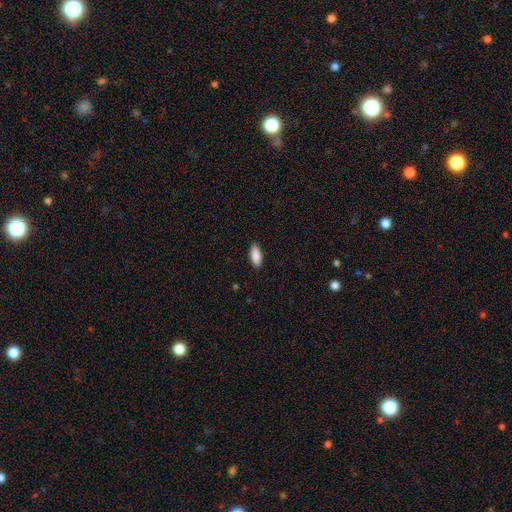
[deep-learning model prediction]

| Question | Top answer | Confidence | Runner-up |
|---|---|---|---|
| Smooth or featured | smooth | 90% | star or artifact (6%) |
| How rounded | in between | 85% | cigar-shaped (13%) |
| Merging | none | 89% | minor disturbance (8%) |